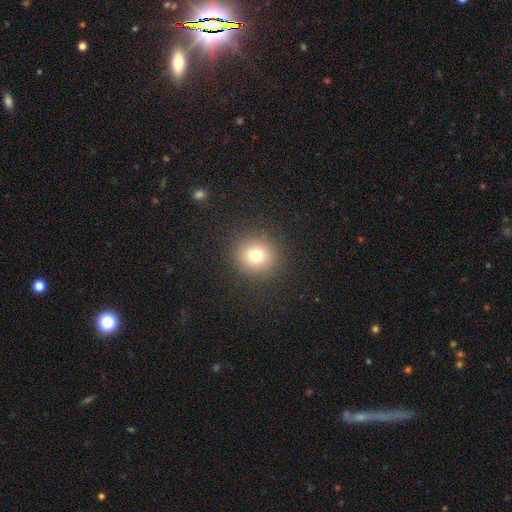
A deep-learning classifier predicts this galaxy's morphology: This is likely a smooth galaxy (77%). How rounded: clearly round (93%). Merging: clearly none (91%).